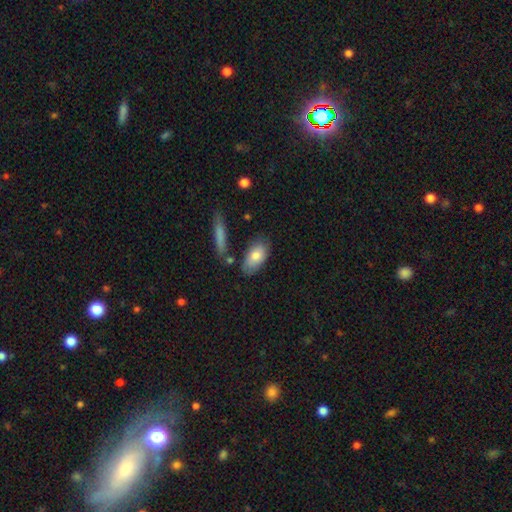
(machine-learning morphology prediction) Q: Smooth or featured?
A: smooth (77%); runner-up: featured or disk (17%)
Q: How rounded?
A: in between (89%); runner-up: cigar-shaped (7%)
Q: Merging?
A: none (70%); runner-up: minor disturbance (19%)